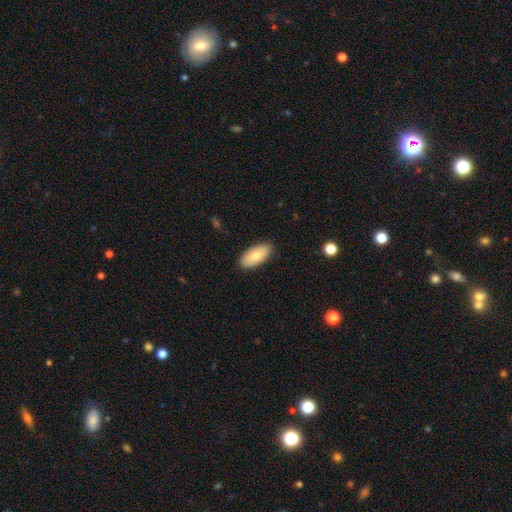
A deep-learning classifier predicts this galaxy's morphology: The model was most divided on "smooth or featured": smooth: 80%, featured or disk: 14%, star or artifact: 6%. More confident: how rounded — in between (91%); merging — none (88%).